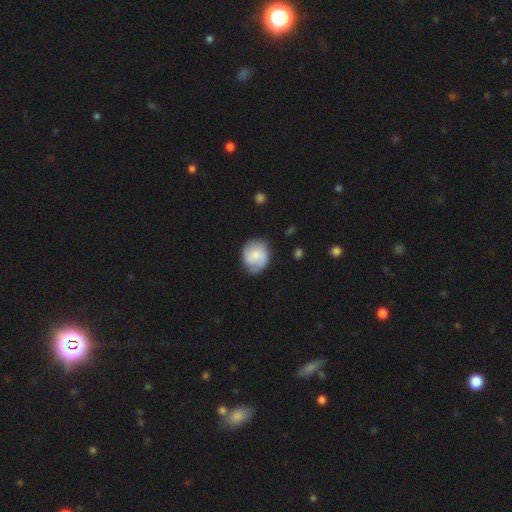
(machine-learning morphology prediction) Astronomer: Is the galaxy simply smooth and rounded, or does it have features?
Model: smooth — 54% (runner-up: featured or disk, 39%).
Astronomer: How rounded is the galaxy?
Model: round — 72%.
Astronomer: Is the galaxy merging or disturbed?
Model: none — 68%.